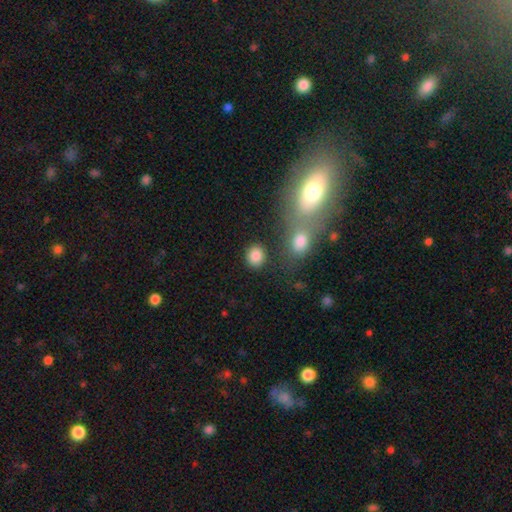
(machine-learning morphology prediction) Smooth or featured? Predicted: smooth (p=0.86). How rounded? Predicted: round (p=0.71). Merging? Predicted: none (p=0.80).